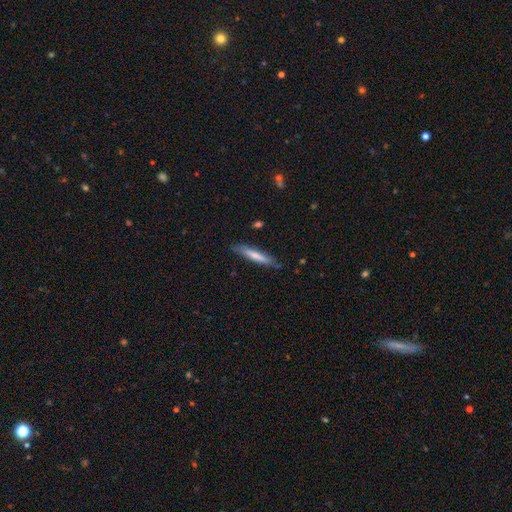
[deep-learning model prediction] smooth-or-featured: smooth: 67% | featured or disk: 28% | star or artifact: 5%
  how-rounded: cigar-shaped: 91% | in between: 8% | round: 1%
  merging: none: 82% | minor disturbance: 14% | major disturbance: 3% | merger: 2%